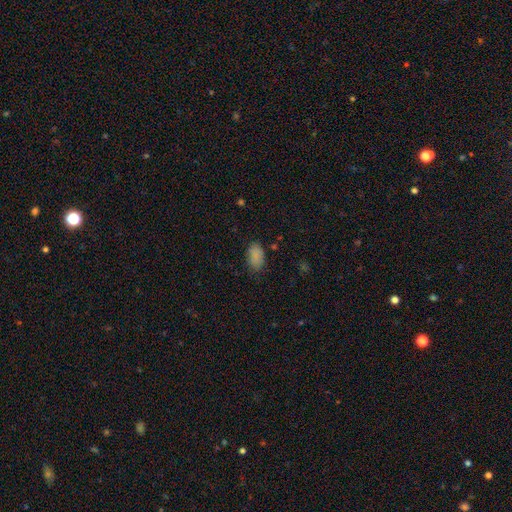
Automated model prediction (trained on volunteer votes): The model was most divided on "merging": none: 79%, minor disturbance: 16%, major disturbance: 4%, merger: 1%. More confident: how rounded — in between (92%); smooth or featured — smooth (86%).